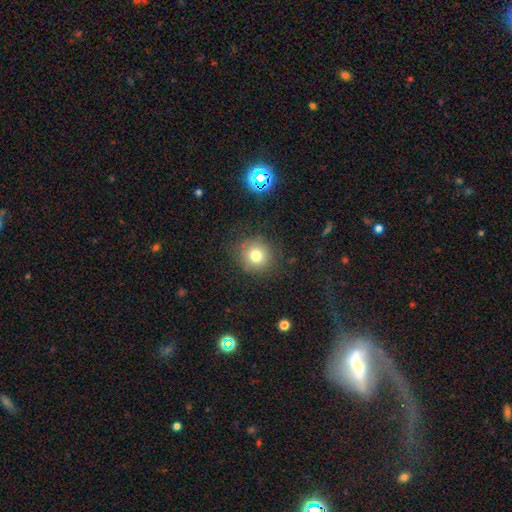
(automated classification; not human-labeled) Smooth or featured: smooth — 75% (star or artifact — 15%)
How rounded: round — 90% (in between — 9%)
Merging: none — 84% (minor disturbance — 10%)